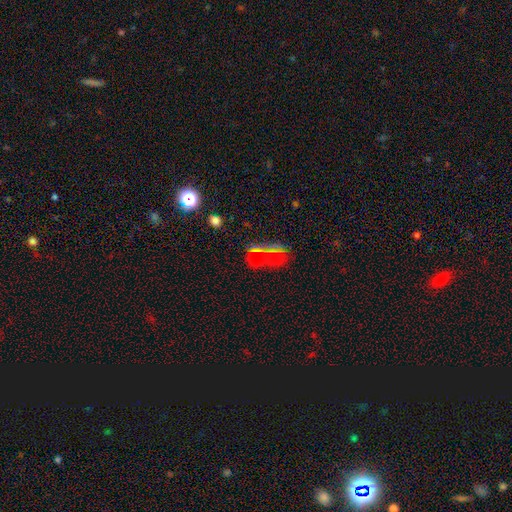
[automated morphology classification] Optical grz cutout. It shows a smooth galaxy with no disk features (58%) that is round (72%). Merging: none (39%).